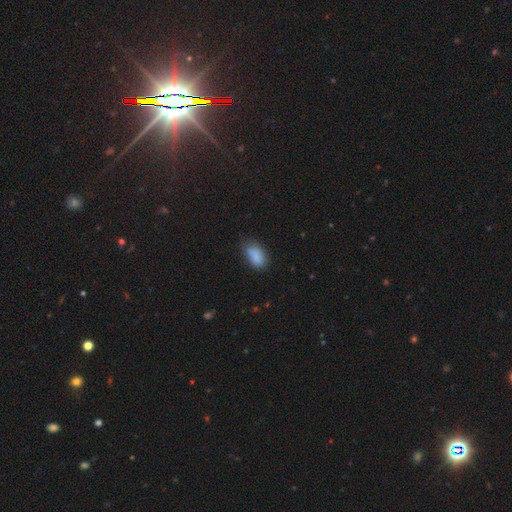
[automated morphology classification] The model was most divided on "merging": none: 64%, minor disturbance: 27%, major disturbance: 7%, merger: 2%. More confident: how rounded — in between (91%); smooth or featured — smooth (85%).